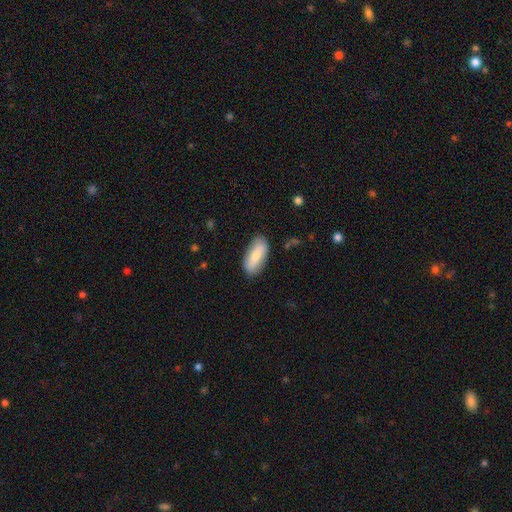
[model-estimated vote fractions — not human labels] A smooth galaxy with no disk features (73%) that is in between round and cigar-shaped (84%). Merging: none (84%).